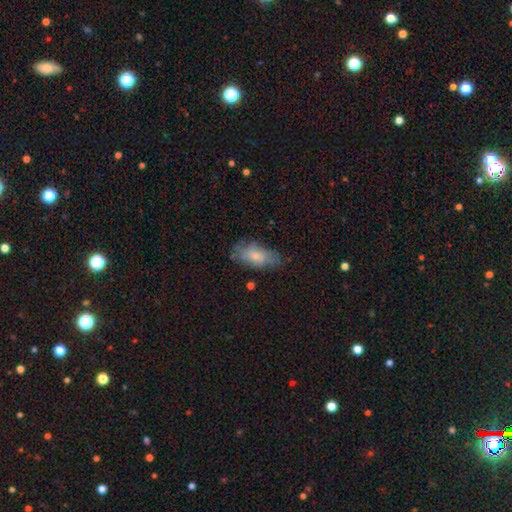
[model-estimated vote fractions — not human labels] A smooth galaxy with no disk features (68%) that is in between round and cigar-shaped (86%). Merging: none (64%).